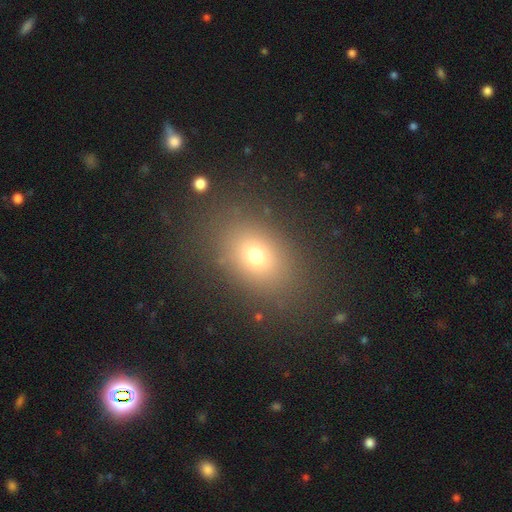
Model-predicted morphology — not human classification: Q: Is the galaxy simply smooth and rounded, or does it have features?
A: smooth — 69%.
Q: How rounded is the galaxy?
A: in between — 68%.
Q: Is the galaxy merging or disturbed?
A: none — 85%.